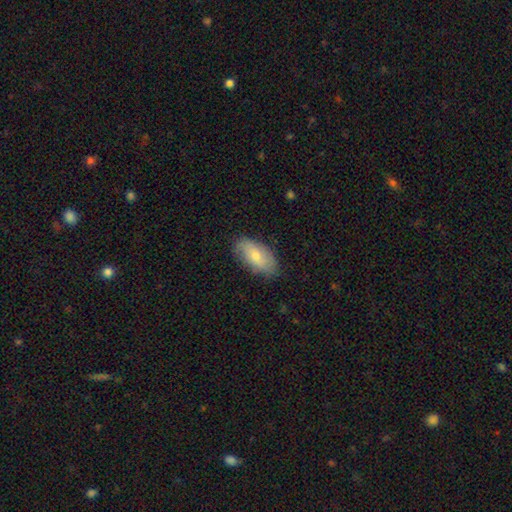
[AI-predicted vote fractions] The model was most divided on "smooth or featured": smooth: 64%, featured or disk: 30%, star or artifact: 6%. More confident: how rounded — in between (91%); merging — none (77%).